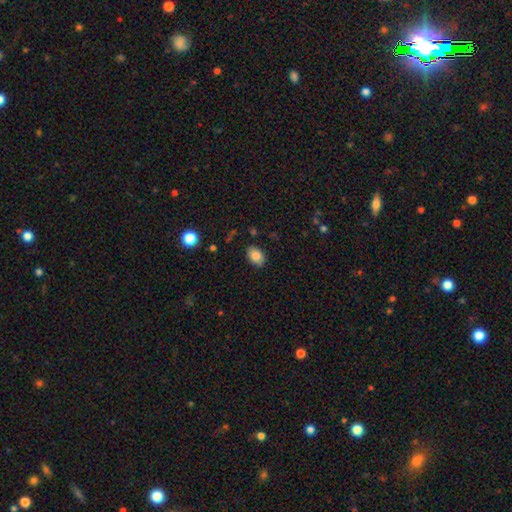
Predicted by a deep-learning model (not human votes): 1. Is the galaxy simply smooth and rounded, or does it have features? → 84% smooth, 8% star or artifact, 8% featured or disk.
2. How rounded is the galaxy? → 83% in between, 16% round, 1% cigar-shaped.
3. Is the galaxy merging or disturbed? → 86% none, 11% minor disturbance, 2% major disturbance, 1% merger.